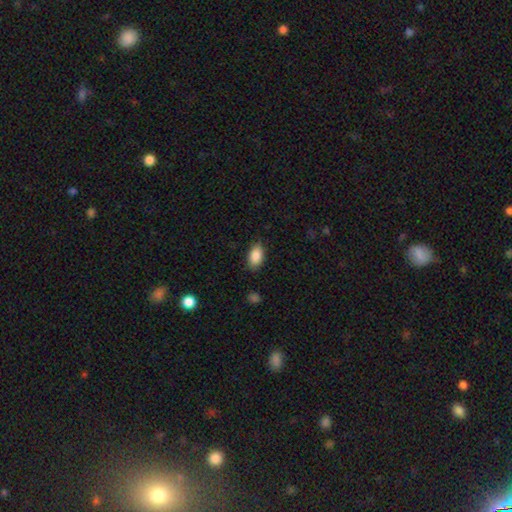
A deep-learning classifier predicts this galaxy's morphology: type=smooth (89%); roundness=in between (92%); merging=none (84%).